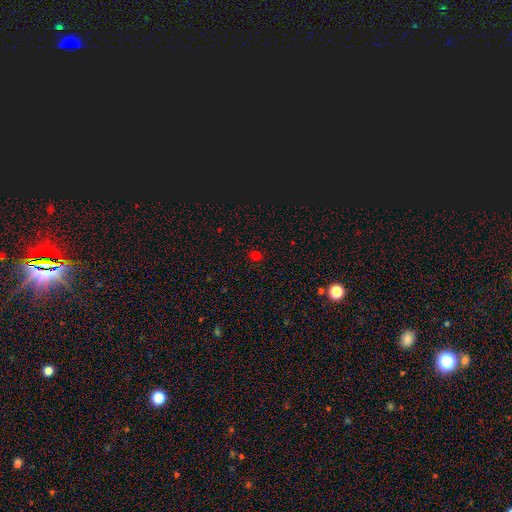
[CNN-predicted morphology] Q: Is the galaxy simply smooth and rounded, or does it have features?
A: smooth — 69%.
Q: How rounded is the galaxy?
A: round — 76%.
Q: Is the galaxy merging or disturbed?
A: none — 89%.